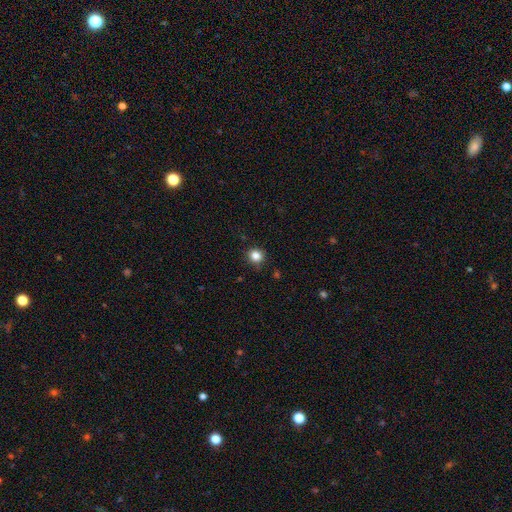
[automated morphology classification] Smooth or featured? smooth (84%)
How rounded? round (87%)
Merging? none (85%)